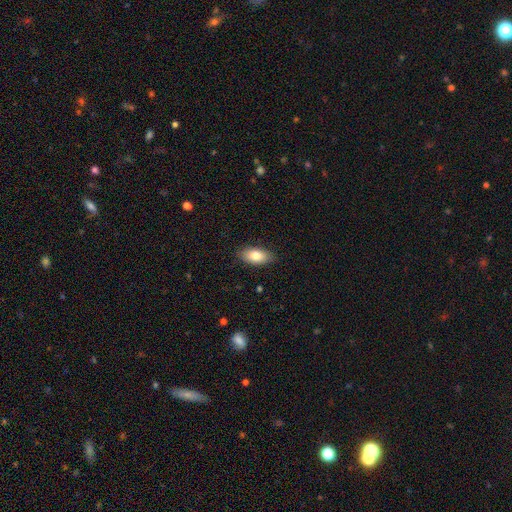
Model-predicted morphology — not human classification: This appears to be a smooth galaxy with no disk features (79%) that is in between round and cigar-shaped (91%). Merging: none (87%).